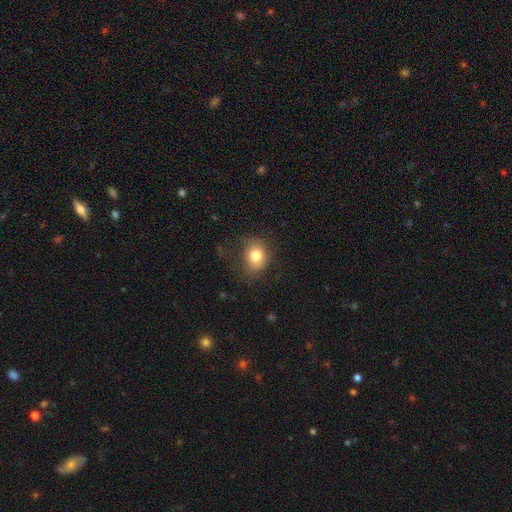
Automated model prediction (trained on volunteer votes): smooth-or-featured: smooth: 78% | featured or disk: 11% | star or artifact: 11%
  how-rounded: round: 51% | in between: 48% | cigar-shaped: 1%
  merging: none: 70% | minor disturbance: 20% | major disturbance: 9% | merger: 1%